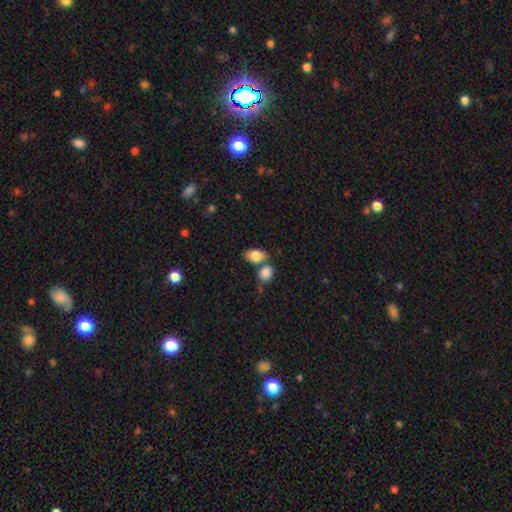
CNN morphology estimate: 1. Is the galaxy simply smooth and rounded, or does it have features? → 84% smooth, 8% featured or disk, 7% star or artifact.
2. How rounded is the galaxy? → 86% in between, 13% round, 1% cigar-shaped.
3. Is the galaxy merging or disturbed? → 52% none, 33% merger, 12% minor disturbance, 4% major disturbance.